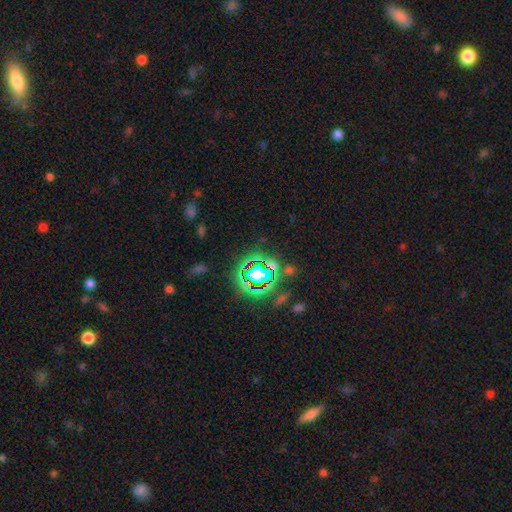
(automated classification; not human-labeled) Smooth or featured? Predicted: star or artifact (p=0.80).